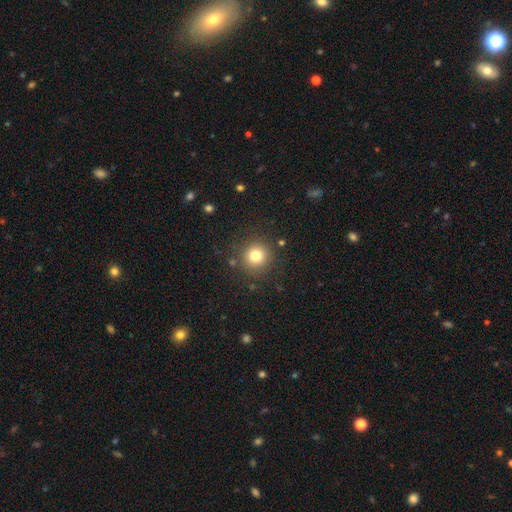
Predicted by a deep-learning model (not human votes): Smooth or featured: smooth — 78% (star or artifact — 13%)
How rounded: round — 94% (in between — 5%)
Merging: none — 87% (minor disturbance — 7%)